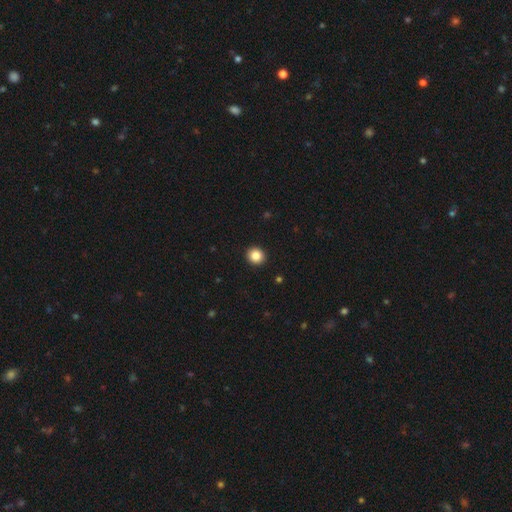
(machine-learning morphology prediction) Smooth or featured? Predicted: smooth (p=0.86). How rounded? Predicted: round (p=0.90). Merging? Predicted: none (p=0.93).